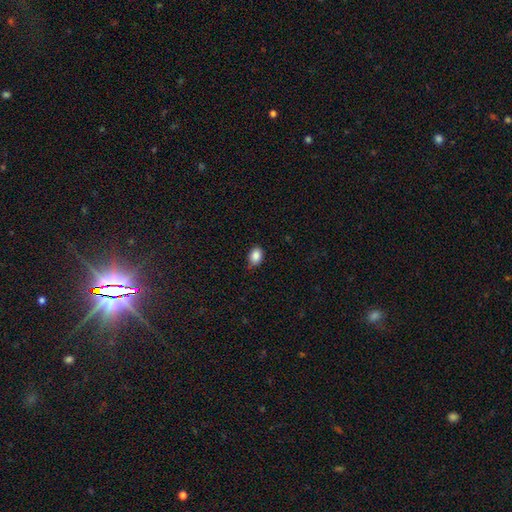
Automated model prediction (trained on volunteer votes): Smooth or featured? smooth (87%)
How rounded? in between (78%)
Merging? none (79%)